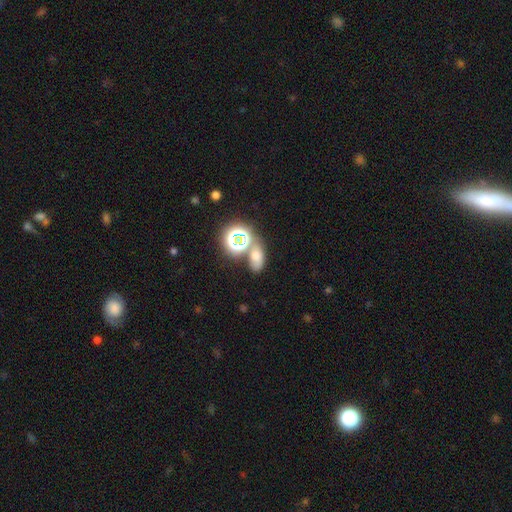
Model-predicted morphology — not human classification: Smooth or featured? Predicted: smooth (p=0.54). How rounded? Predicted: in between (p=0.74). Merging? Predicted: none (p=0.51).